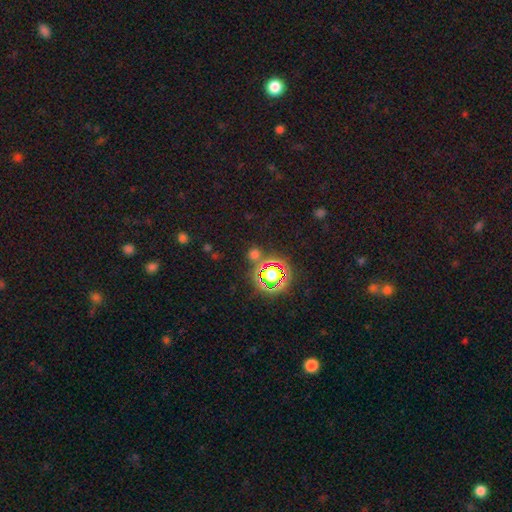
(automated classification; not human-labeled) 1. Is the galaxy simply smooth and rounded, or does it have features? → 64% star or artifact, 27% smooth, 9% featured or disk.